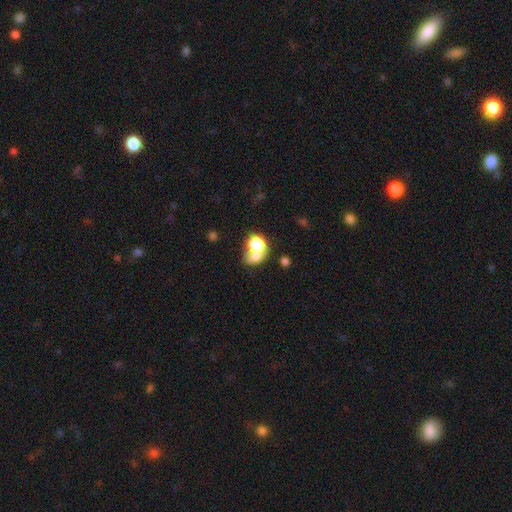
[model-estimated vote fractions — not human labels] Smooth or featured? Predicted: smooth (p=0.69). How rounded? Predicted: round (p=0.55). Merging? Predicted: merger (p=0.57).